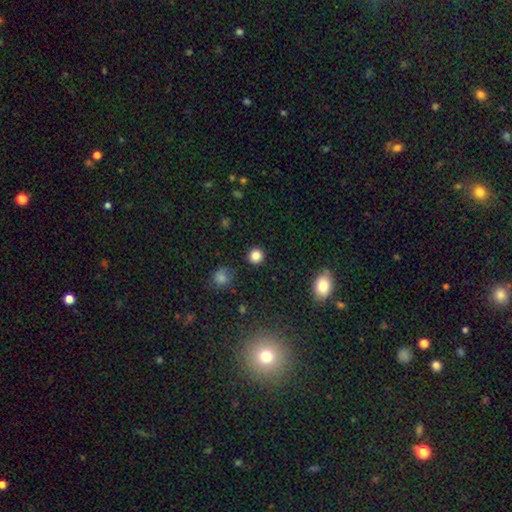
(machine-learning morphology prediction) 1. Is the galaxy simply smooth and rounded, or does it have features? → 85% smooth, 12% star or artifact, 4% featured or disk.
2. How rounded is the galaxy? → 92% round, 7% in between, 1% cigar-shaped.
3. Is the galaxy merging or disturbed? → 90% none, 6% minor disturbance, 2% major disturbance, 2% merger.